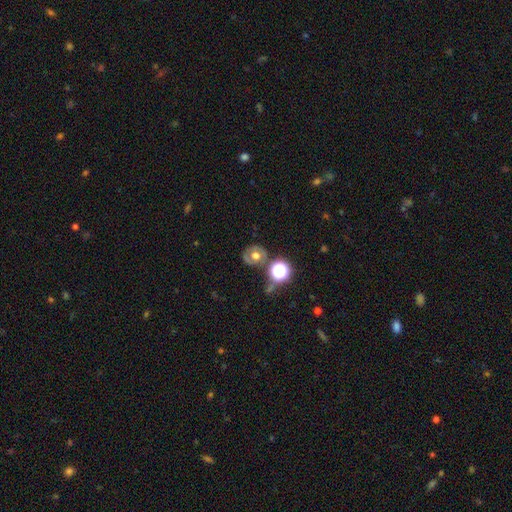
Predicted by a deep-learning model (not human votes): Overall: smooth (44%; featured or disk 39%). Merging: none (65%).